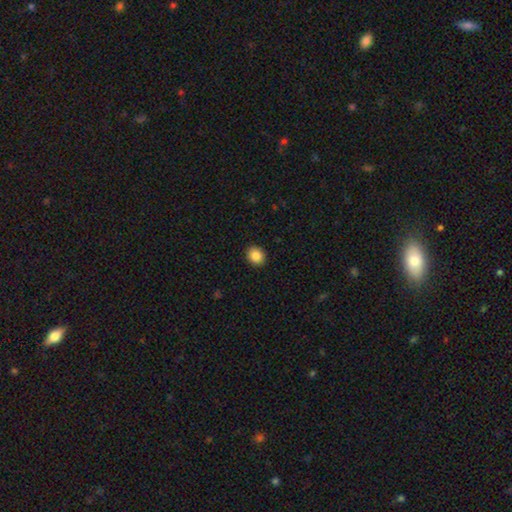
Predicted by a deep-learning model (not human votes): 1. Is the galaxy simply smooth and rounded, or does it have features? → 87% smooth, 9% star or artifact, 5% featured or disk.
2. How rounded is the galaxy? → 66% round, 33% in between, 1% cigar-shaped.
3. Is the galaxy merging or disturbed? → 92% none, 6% minor disturbance, 2% major disturbance, 1% merger.